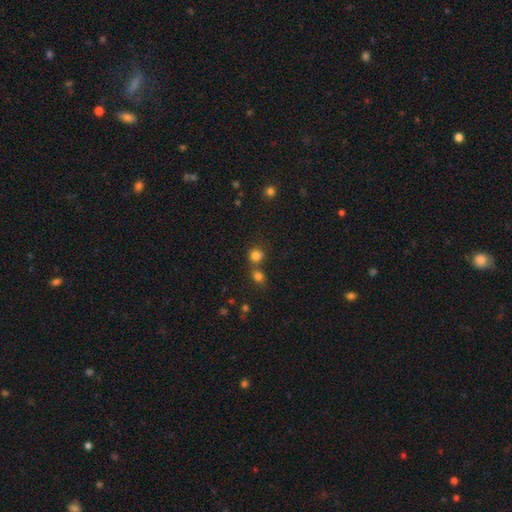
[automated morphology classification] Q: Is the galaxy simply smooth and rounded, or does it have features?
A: smooth — 80%.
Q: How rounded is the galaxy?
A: round — 84%.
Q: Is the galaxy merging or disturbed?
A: none — 57%.